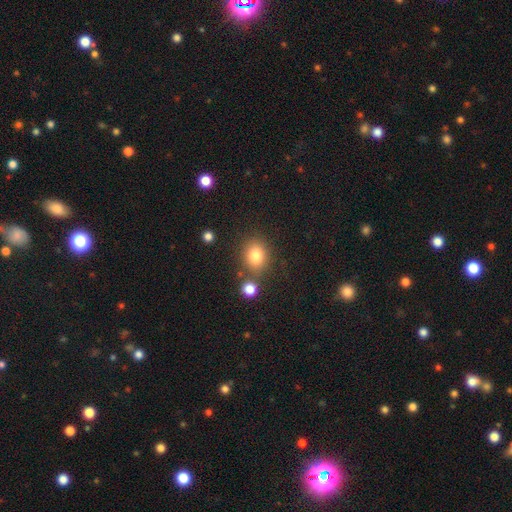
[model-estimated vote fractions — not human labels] The model was most divided on "how rounded": round: 58%, in between: 41%, cigar-shaped: 1%. More confident: smooth or featured — smooth (82%); merging — none (74%).